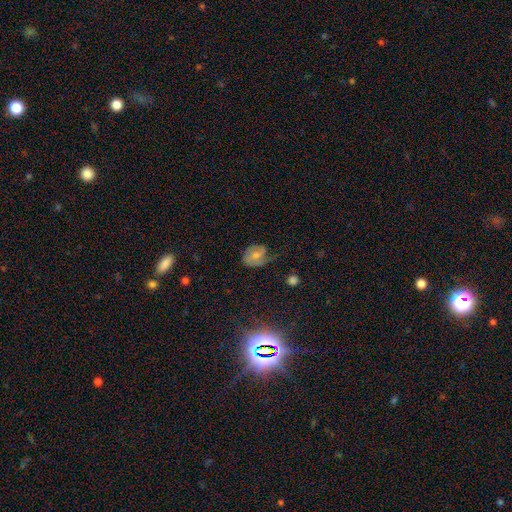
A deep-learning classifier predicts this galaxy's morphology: smooth-or-featured: featured or disk: 54% | smooth: 37% | star or artifact: 9%
  disk-edge-on: no: 97% | yes: 3%
    bar: no: 61% | weak: 33% | strong: 6%
    has-spiral-arms: yes: 83% | no: 17%
    bulge-size: moderate: 52% | small: 32% | none: 8% | large: 7% | dominant: 1%
  merging: none: 42% | minor disturbance: 30% | major disturbance: 26% | merger: 2%